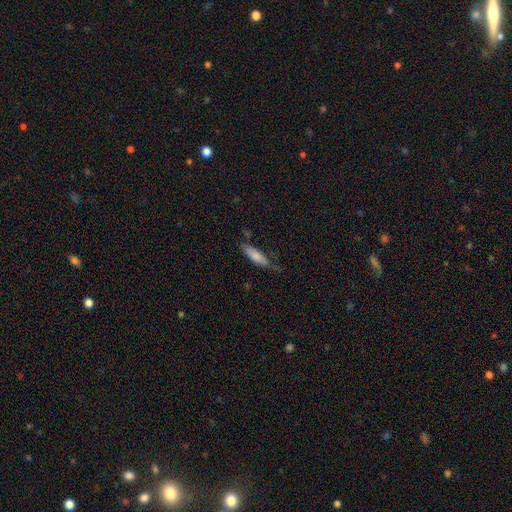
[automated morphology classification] The model was most divided on "how rounded": cigar-shaped: 59%, in between: 39%, round: 2%. More confident: smooth or featured — smooth (75%); merging — none (58%).